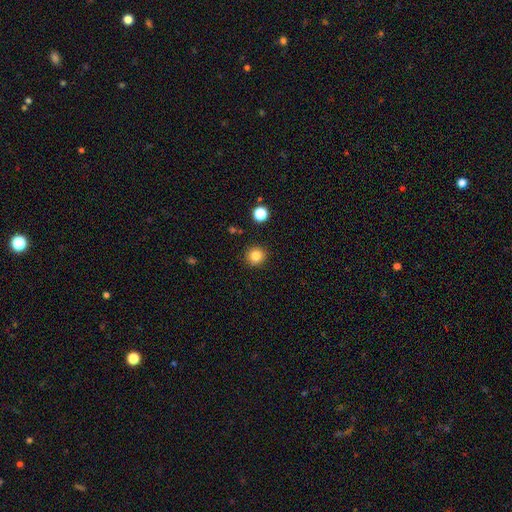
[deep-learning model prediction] The model was most divided on "smooth or featured": smooth: 83%, star or artifact: 11%, featured or disk: 5%. More confident: how rounded — round (93%); merging — none (91%).